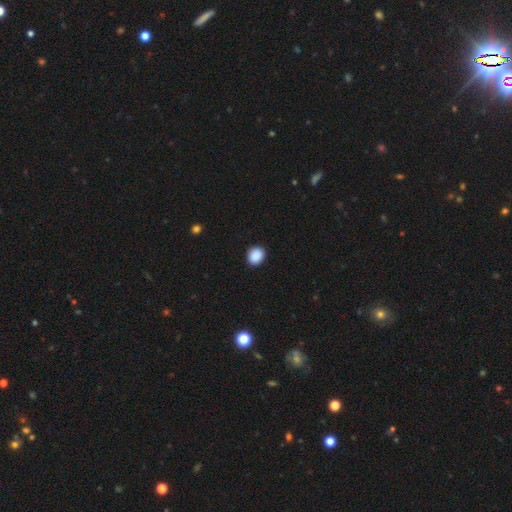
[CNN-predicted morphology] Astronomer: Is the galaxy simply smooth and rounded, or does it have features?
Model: smooth — 90%.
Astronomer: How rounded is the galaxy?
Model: round — 60% (runner-up: in between, 39%).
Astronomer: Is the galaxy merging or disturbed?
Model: none — 90%.